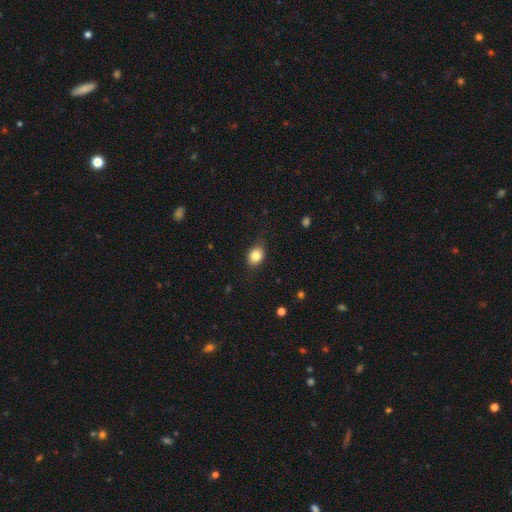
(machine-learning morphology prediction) A smooth galaxy with no disk features (82%) that is round (50%). Merging: none (79%).